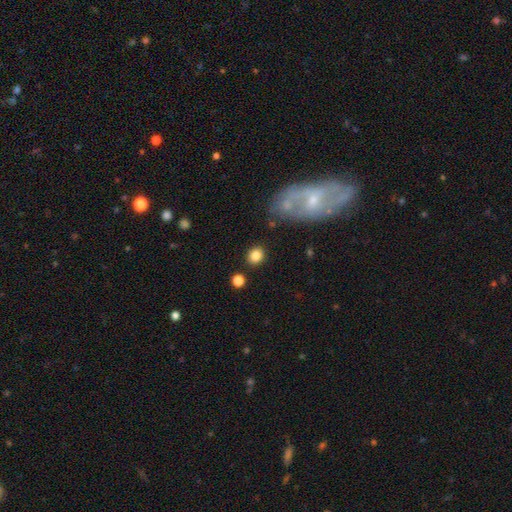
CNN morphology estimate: smooth 84%, star or artifact 9%, featured or disk 6%. Down the decision tree: how rounded — round (70%); merging — none (85%).